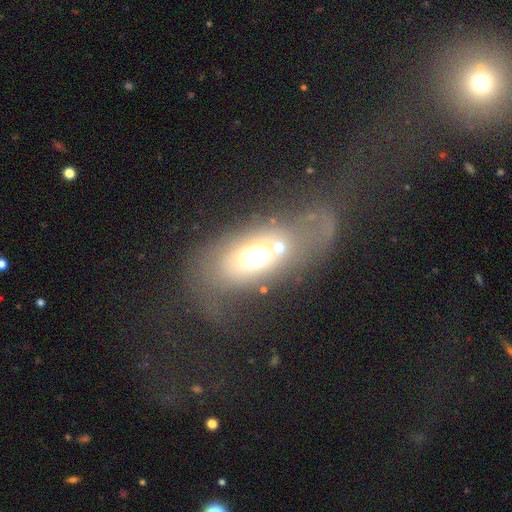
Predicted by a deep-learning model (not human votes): The model was most divided on "smooth or featured": smooth: 46%, featured or disk: 40%, star or artifact: 14%. Remaining: merging — none (40%).